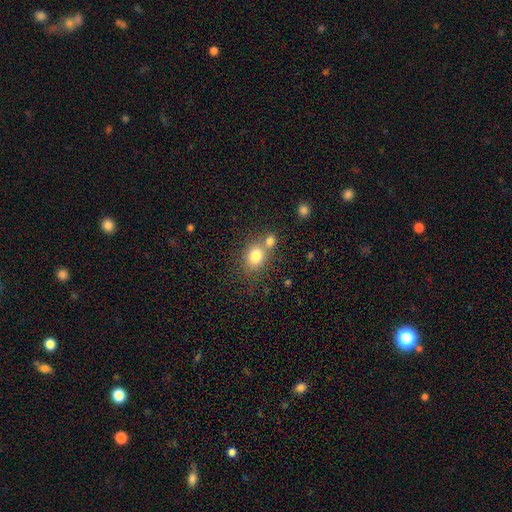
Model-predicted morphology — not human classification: A smooth galaxy with no disk features (78%) that is round (65%). Merging: none (51%).